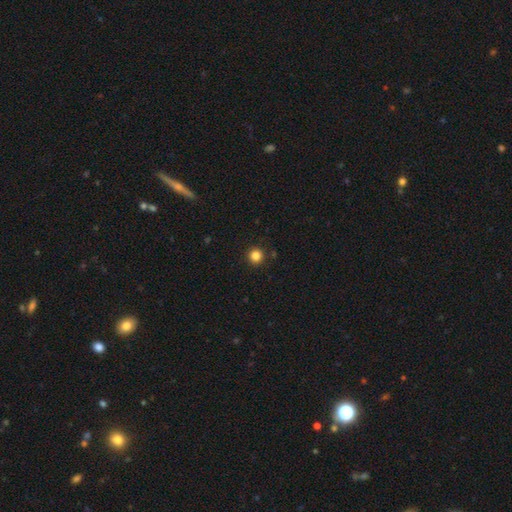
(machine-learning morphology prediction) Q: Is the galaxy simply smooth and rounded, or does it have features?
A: smooth — 84%.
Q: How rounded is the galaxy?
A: round — 96%.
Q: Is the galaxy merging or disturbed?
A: none — 92%.